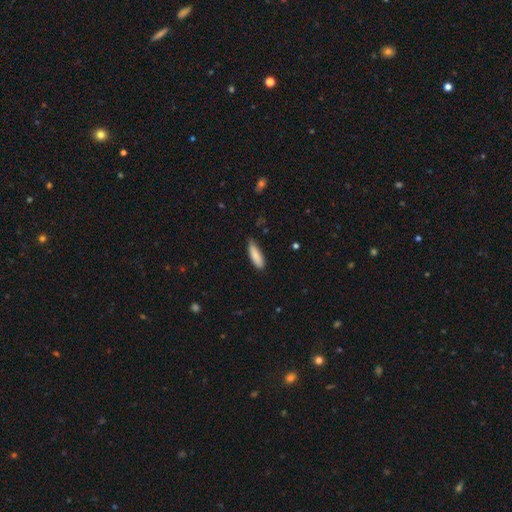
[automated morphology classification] Smooth or featured? Predicted: smooth (p=0.87). How rounded? Predicted: cigar-shaped (p=0.54). Merging? Predicted: none (p=0.73).